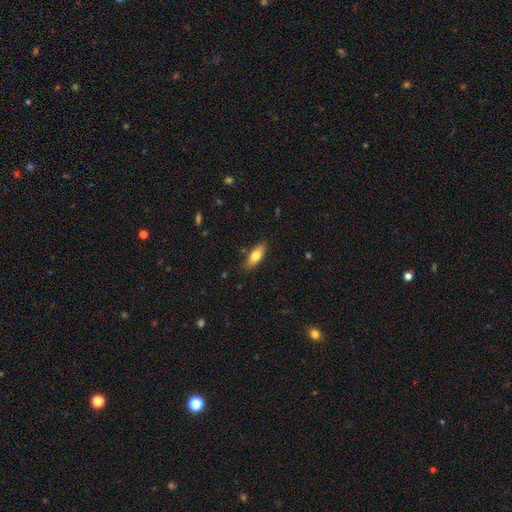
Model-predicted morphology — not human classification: A smooth galaxy with no disk features (73%) that is in between round and cigar-shaped (72%).

Vote fractions:
- Smooth or featured? smooth: 73% / featured or disk: 20% / star or artifact: 6%
- How rounded? in between: 72% / cigar-shaped: 26% / round: 2%
- Merging? none: 84% / minor disturbance: 12% / major disturbance: 2% / merger: 2%